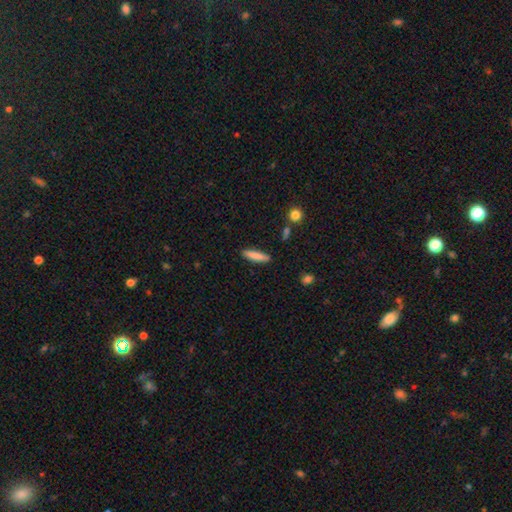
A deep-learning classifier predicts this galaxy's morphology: Smooth or featured?
  - smooth: 83% *
  - featured or disk: 11%
  - star or artifact: 7%
How rounded?
  - cigar-shaped: 81% *
  - in between: 17%
  - round: 2%
Merging?
  - none: 88% *
  - minor disturbance: 8%
  - major disturbance: 2%
  - merger: 2%